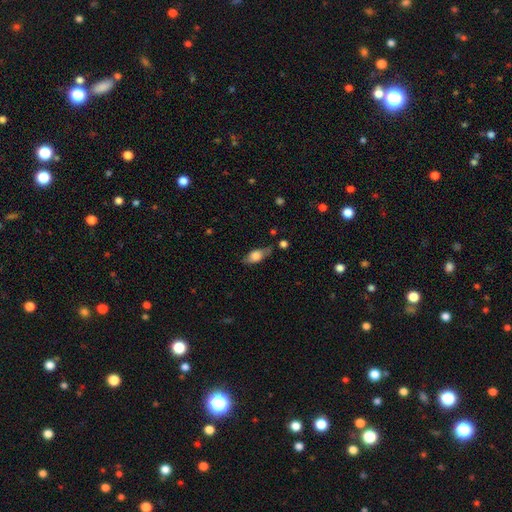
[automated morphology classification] Smooth or featured?
  - smooth: 63% *
  - featured or disk: 29%
  - star or artifact: 8%
How rounded?
  - in between: 76% *
  - cigar-shaped: 18%
  - round: 6%
Merging?
  - none: 65% *
  - minor disturbance: 24%
  - major disturbance: 7%
  - merger: 4%